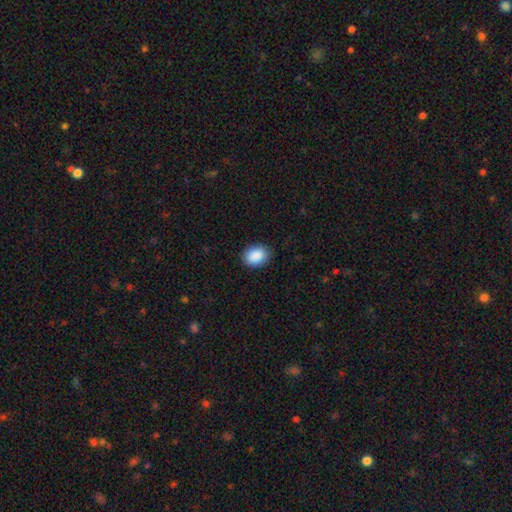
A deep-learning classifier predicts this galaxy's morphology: smooth-or-featured: smooth: 90% | star or artifact: 7% | featured or disk: 3%
  how-rounded: in between: 68% | round: 31% | cigar-shaped: 1%
  merging: none: 86% | minor disturbance: 11% | major disturbance: 3% | merger: 1%